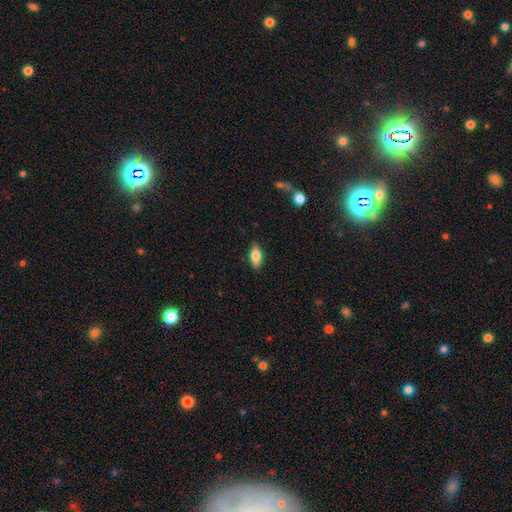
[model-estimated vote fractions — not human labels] smooth 73%, featured or disk 20%, star or artifact 7%. Down the decision tree: how rounded — in between (83%); merging — none (86%).